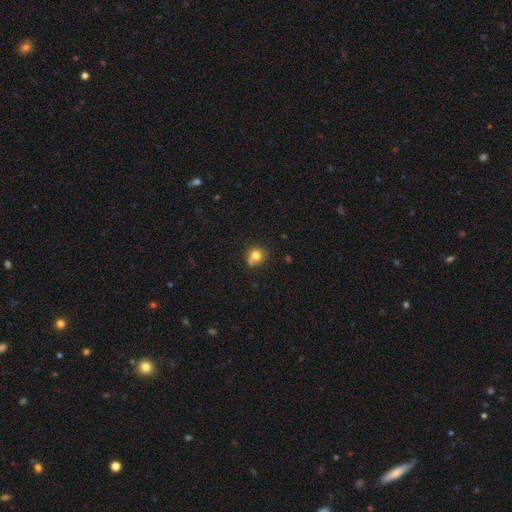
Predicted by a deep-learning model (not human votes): Q: Smooth or featured?
A: smooth (77%); runner-up: star or artifact (12%)
Q: How rounded?
A: round (83%); runner-up: in between (16%)
Q: Merging?
A: none (60%); runner-up: minor disturbance (19%)